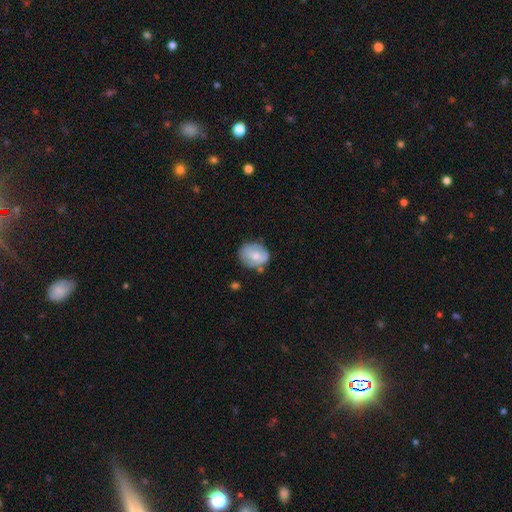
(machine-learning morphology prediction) Q: Smooth or featured?
A: smooth (61%); runner-up: featured or disk (32%)
Q: How rounded?
A: round (54%); runner-up: in between (45%)
Q: Merging?
A: none (63%); runner-up: minor disturbance (26%)